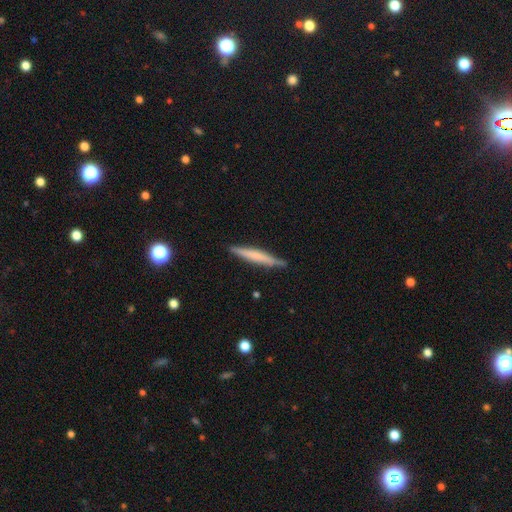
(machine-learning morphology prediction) Smooth or featured?
  - smooth: 57% *
  - featured or disk: 37%
  - star or artifact: 6%
How rounded?
  - cigar-shaped: 95% *
  - in between: 4%
  - round: 1%
Merging?
  - none: 86% *
  - minor disturbance: 11%
  - major disturbance: 2%
  - merger: 1%